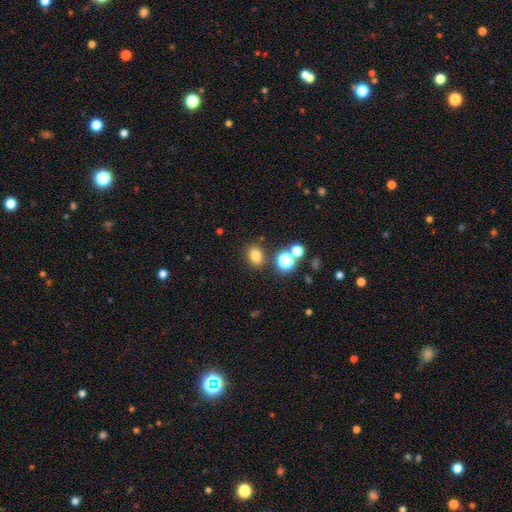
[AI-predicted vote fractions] This is likely a smooth galaxy (76%). How rounded: possibly in between (55%). Merging: likely none (78%).